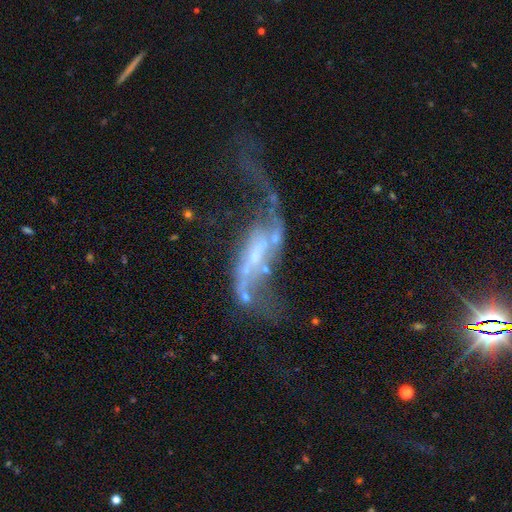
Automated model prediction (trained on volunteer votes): Q: Smooth or featured?
A: featured or disk (80%); runner-up: smooth (10%)
Q: Edge-on disk?
A: no (89%); runner-up: yes (11%)
Q: Bar?
A: weak (35%); runner-up: no (34%)
Q: Spiral arms?
A: yes (79%); runner-up: no (21%)
Q: Spiral winding?
A: loose (87%); runner-up: medium (9%)
Q: Spiral arm count?
A: 2 (76%); runner-up: 1 (12%)
Q: Bulge size?
A: small (39%); runner-up: none (35%)
Q: Merging?
A: major disturbance (39%); runner-up: none (25%)